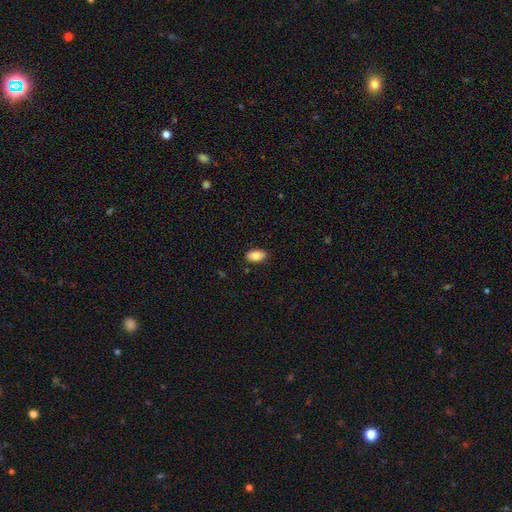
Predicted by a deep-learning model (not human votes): Overall: smooth (83%). How rounded: in between (93%). Merging: none (88%).